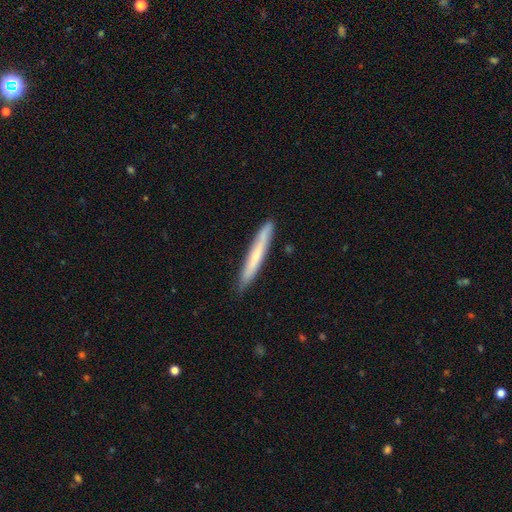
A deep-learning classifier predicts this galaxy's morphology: Overall: smooth (55%; featured or disk 39%). How rounded: cigar-shaped (96%). Merging: none (88%).